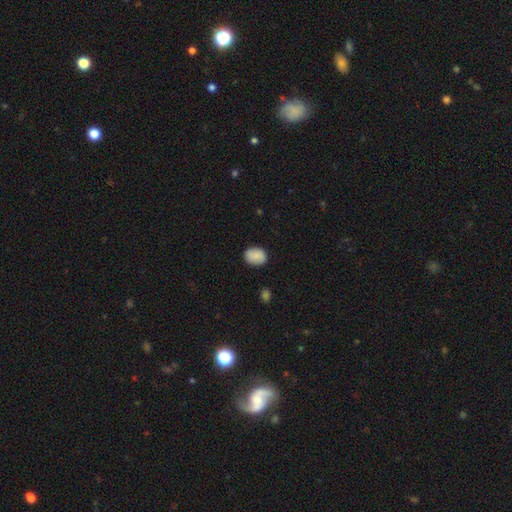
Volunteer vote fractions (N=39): smooth_or_featured: smooth (p=0.90) [alt: star or artifact p=0.08]
how_rounded: in between (p=0.80) [alt: round p=0.20]
merging: none (p=0.94) [alt: minor disturbance p=0.03]